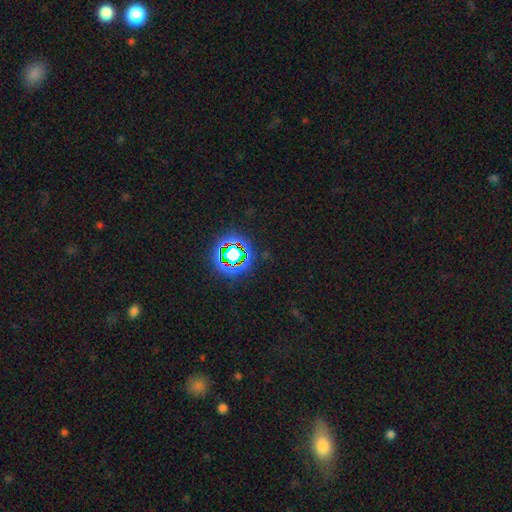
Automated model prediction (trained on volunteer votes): A star or artifact, not a galaxy (69%).